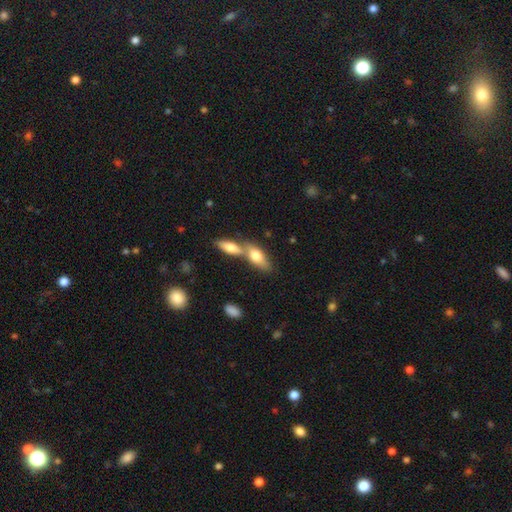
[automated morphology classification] smooth_or_featured: smooth (p=0.71) [alt: featured or disk p=0.22]
how_rounded: in between (p=0.75) [alt: cigar-shaped p=0.21]
merging: merger (p=0.56) [alt: none p=0.33]